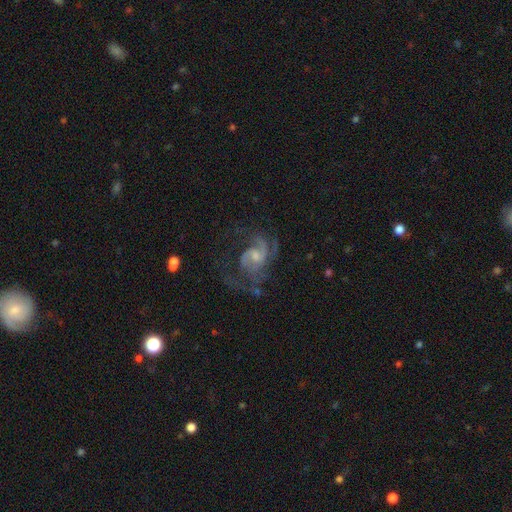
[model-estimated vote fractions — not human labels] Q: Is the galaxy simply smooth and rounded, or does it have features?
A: featured or disk — 85%.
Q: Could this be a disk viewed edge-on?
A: no — 98%.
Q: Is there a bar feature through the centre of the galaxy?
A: no — 51%.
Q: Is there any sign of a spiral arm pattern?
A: yes — 95%.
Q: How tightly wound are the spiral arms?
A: medium — 51%.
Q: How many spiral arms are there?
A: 2 — 50%.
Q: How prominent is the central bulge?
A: small — 52%.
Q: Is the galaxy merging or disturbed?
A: none — 50%.